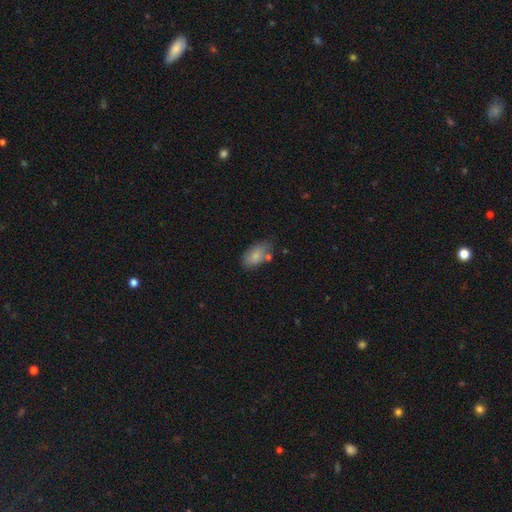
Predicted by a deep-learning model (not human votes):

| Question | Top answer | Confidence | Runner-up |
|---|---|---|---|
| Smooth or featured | smooth | 80% | featured or disk (13%) |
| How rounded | in between | 92% | round (6%) |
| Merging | none | 62% | minor disturbance (22%) |